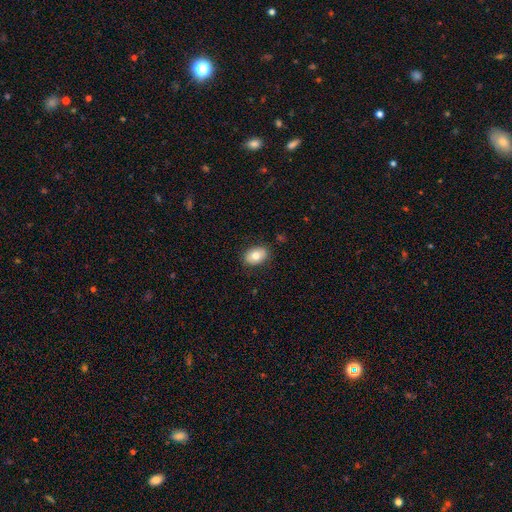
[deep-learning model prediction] Smooth or featured: smooth — 77% (featured or disk — 15%)
How rounded: in between — 81% (round — 18%)
Merging: none — 85% (minor disturbance — 11%)